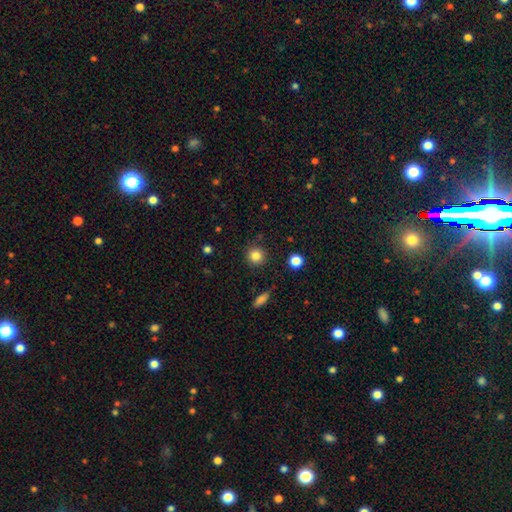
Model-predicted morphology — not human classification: A smooth galaxy with no disk features (84%) that is round (93%).

Vote fractions:
- Smooth or featured? smooth: 84% / star or artifact: 11% / featured or disk: 5%
- How rounded? round: 93% / in between: 6% / cigar-shaped: 1%
- Merging? none: 88% / minor disturbance: 7% / major disturbance: 2% / merger: 2%